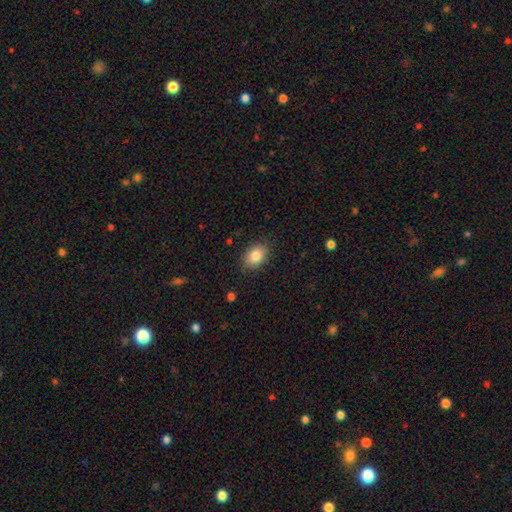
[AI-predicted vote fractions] The model was most divided on "how rounded": in between: 75%, round: 24%, cigar-shaped: 1%. More confident: merging — none (85%); smooth or featured — smooth (84%).